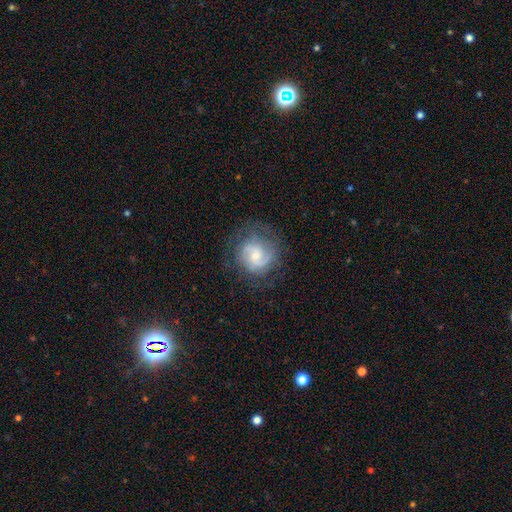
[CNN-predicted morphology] smooth_or_featured: featured or disk (p=0.74) [alt: smooth p=0.19]
disk_edge_on: no (p=0.98) [alt: yes p=0.02]
bar: no (p=0.50) [alt: weak p=0.43]
has_spiral_arms: yes (p=0.93) [alt: no p=0.07]
spiral_winding: medium (p=0.45) [alt: tight p=0.35]
spiral_arm_count: 2 (p=0.66) [alt: can't tell p=0.16]
bulge_size: small (p=0.49) [alt: moderate p=0.40]
merging: none (p=0.71) [alt: minor disturbance p=0.17]